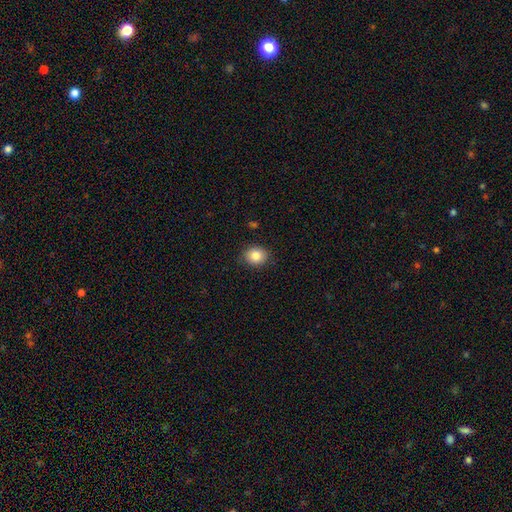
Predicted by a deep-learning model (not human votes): A smooth galaxy with no disk features (84%) that is round (67%). Merging: none (88%).